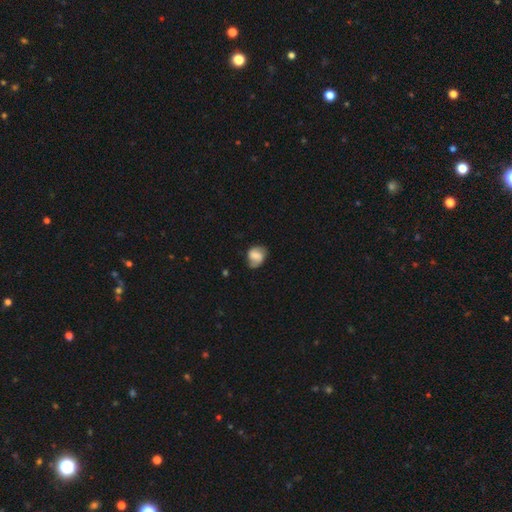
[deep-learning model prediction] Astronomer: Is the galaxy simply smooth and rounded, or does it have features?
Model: smooth — 49% (runner-up: featured or disk, 42%).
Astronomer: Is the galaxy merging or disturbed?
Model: none — 59%.